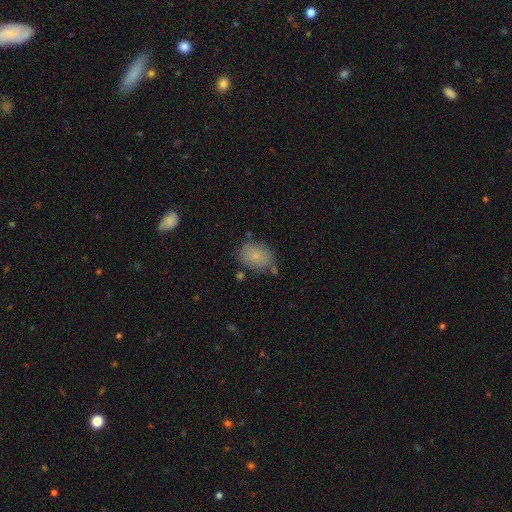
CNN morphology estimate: smooth-or-featured: smooth: 79% | featured or disk: 13% | star or artifact: 9%
  how-rounded: in between: 70% | round: 29% | cigar-shaped: 1%
  merging: none: 70% | minor disturbance: 19% | merger: 6% | major disturbance: 5%